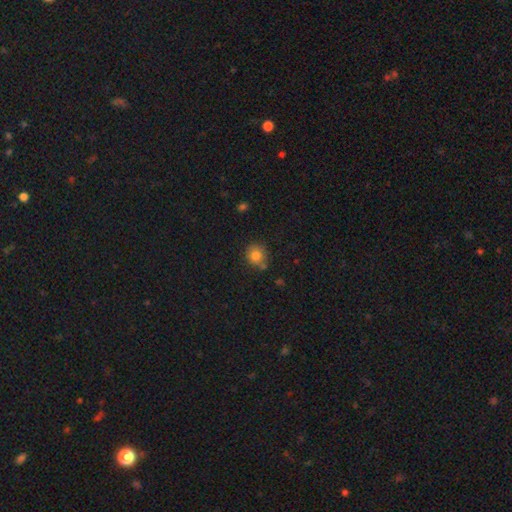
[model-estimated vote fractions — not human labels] Smooth or featured: smooth — 81% (star or artifact — 11%)
How rounded: round — 85% (in between — 14%)
Merging: none — 73% (minor disturbance — 15%)